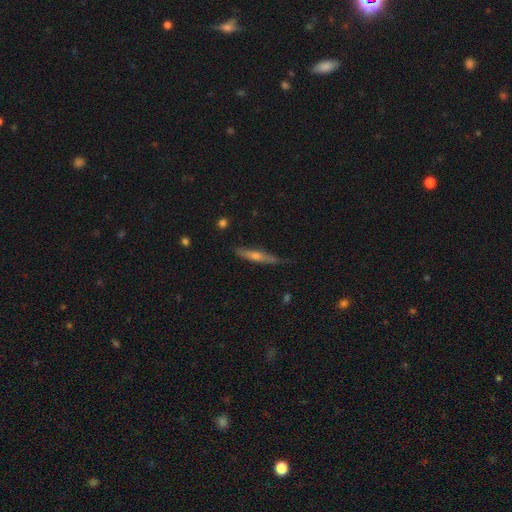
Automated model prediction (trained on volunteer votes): Smooth or featured: featured or disk — 58% (smooth — 35%)
Edge-on disk: yes — 93% (no — 7%)
Edge-on bulge: rounded — 83% (none — 14%)
Merging: none — 76% (minor disturbance — 19%)